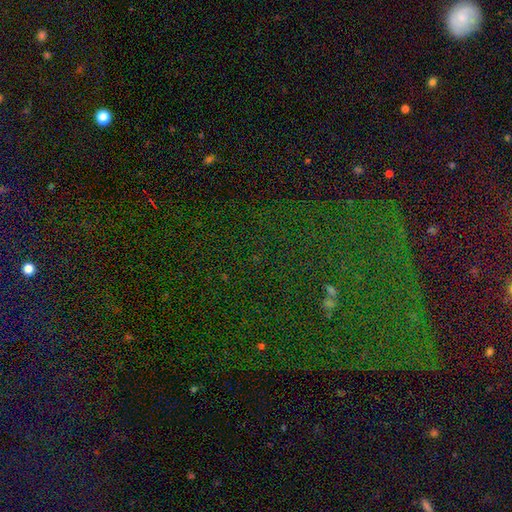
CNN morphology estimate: type=star or artifact (80%).